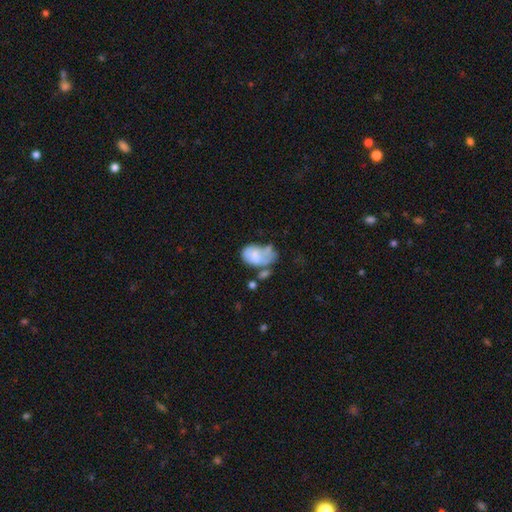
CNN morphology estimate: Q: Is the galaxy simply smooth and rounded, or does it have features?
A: smooth — 61%.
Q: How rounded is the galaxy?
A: in between — 86%.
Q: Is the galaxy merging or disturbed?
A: minor disturbance — 27%.